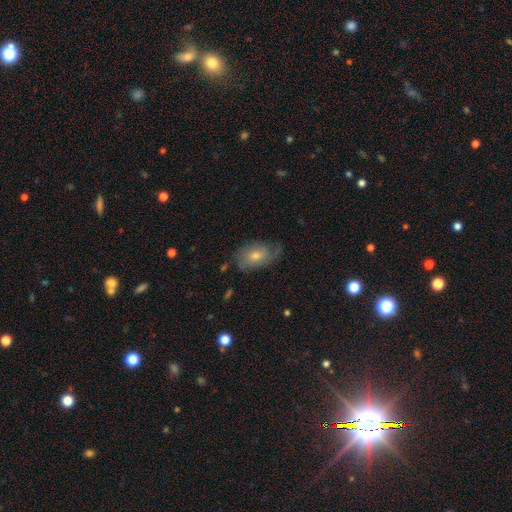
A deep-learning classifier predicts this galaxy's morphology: This appears to be a featured or disk galaxy (46%). Merging: none (67%).